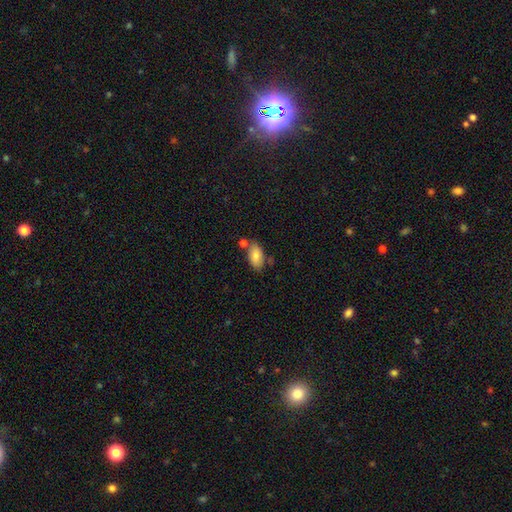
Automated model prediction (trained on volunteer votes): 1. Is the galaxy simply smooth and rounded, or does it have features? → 80% smooth, 13% featured or disk, 7% star or artifact.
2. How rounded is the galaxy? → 92% in between, 4% round, 4% cigar-shaped.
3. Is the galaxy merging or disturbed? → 65% none, 17% minor disturbance, 14% merger, 4% major disturbance.